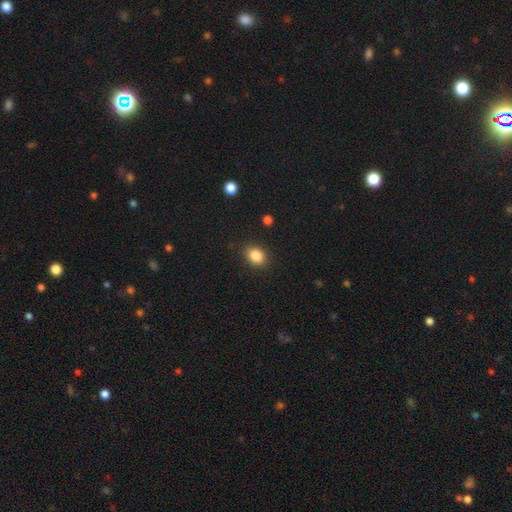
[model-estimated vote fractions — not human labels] Smooth or featured? Predicted: smooth (p=0.86). How rounded? Predicted: in between (p=0.65). Merging? Predicted: none (p=0.88).